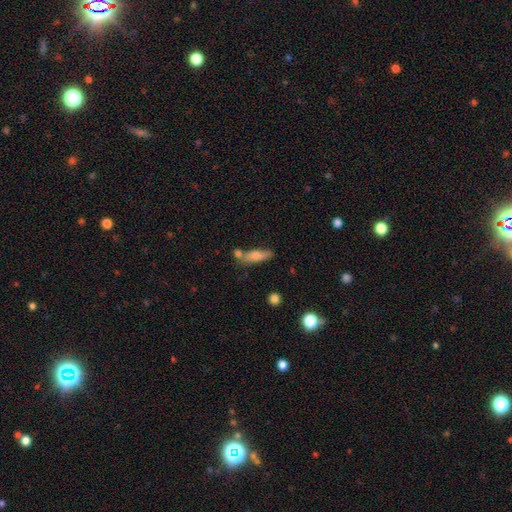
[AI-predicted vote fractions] smooth_or_featured: smooth (p=0.74) [alt: featured or disk p=0.18]
how_rounded: cigar-shaped (p=0.55) [alt: in between p=0.43]
merging: none (p=0.54) [alt: merger p=0.21]